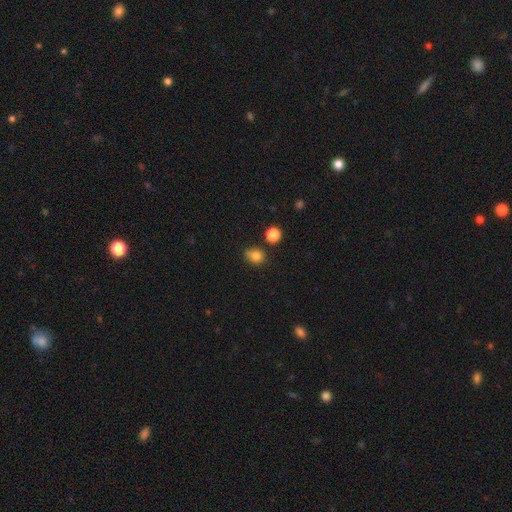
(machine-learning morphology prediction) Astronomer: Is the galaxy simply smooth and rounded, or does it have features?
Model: smooth — 81%.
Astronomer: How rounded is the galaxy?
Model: round — 70%.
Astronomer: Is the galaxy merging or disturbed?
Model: none — 63%.